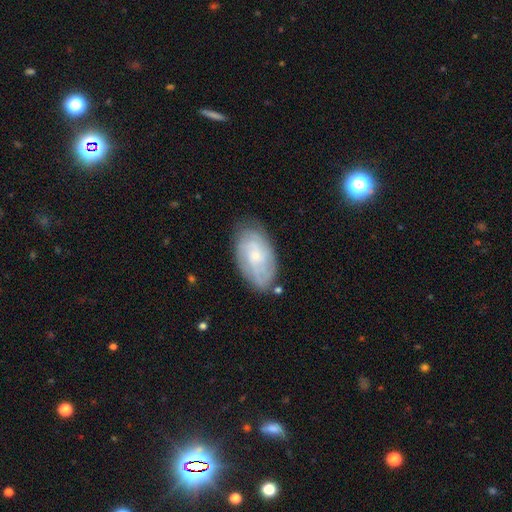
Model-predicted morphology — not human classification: Smooth or featured? featured or disk (66%)
Edge-on disk? no (95%)
Bar? no (74%)
Spiral arms? yes (89%)
Spiral winding? tight (65%)
Spiral arm count? can't tell (48%)
Bulge size? small (71%)
Merging? none (76%)